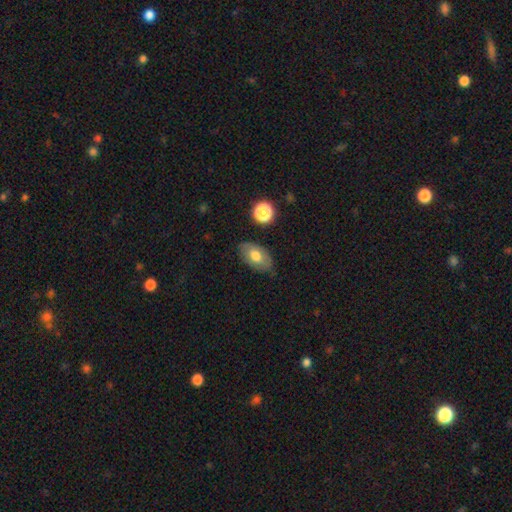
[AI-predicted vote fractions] The model was most divided on "smooth or featured": smooth: 69%, featured or disk: 23%, star or artifact: 8%. More confident: how rounded — in between (90%); merging — none (79%).